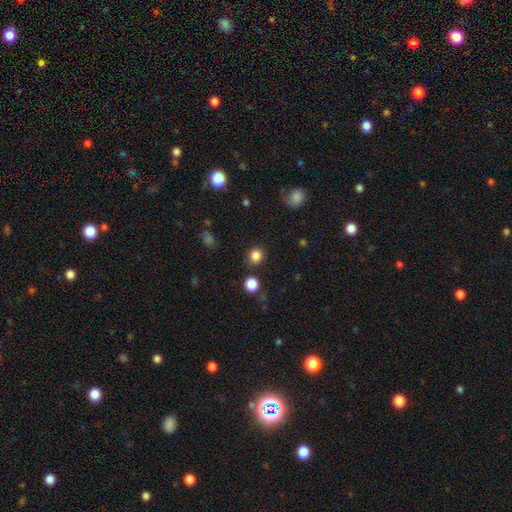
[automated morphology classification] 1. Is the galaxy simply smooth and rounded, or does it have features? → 84% smooth, 12% star or artifact, 4% featured or disk.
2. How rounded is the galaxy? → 88% round, 11% in between, 1% cigar-shaped.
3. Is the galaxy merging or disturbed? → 87% none, 7% minor disturbance, 3% merger, 3% major disturbance.